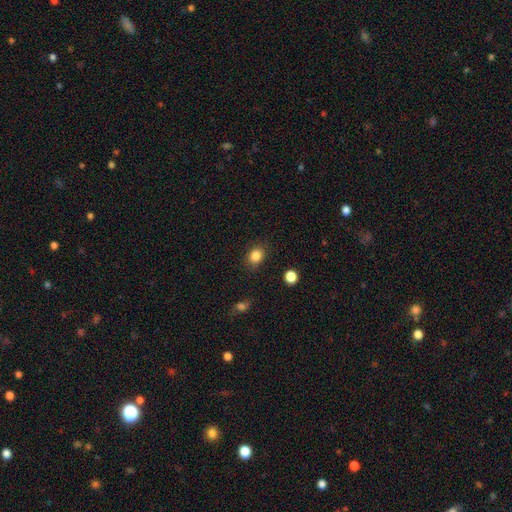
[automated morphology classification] This is clearly a smooth galaxy (85%). How rounded: possibly round (59%). Merging: clearly none (83%).